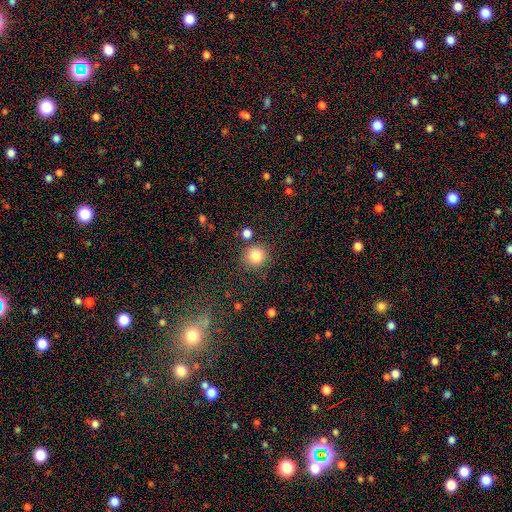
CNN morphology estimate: Q: Smooth or featured?
A: smooth (84%); runner-up: star or artifact (11%)
Q: How rounded?
A: round (92%); runner-up: in between (7%)
Q: Merging?
A: none (82%); runner-up: minor disturbance (9%)